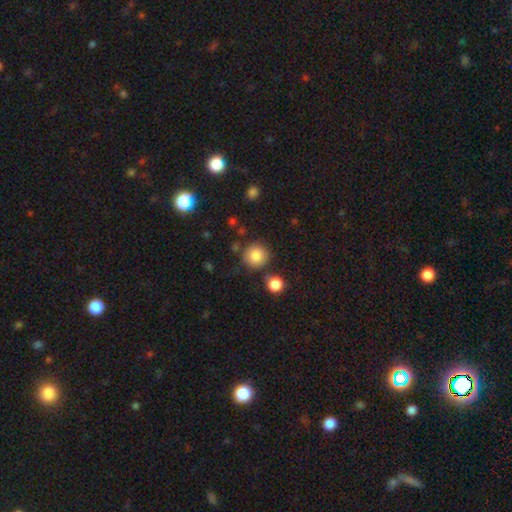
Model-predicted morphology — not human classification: smooth_or_featured: smooth (p=0.85) [alt: star or artifact p=0.09]
how_rounded: round (p=0.93) [alt: in between p=0.06]
merging: none (p=0.81) [alt: minor disturbance p=0.09]